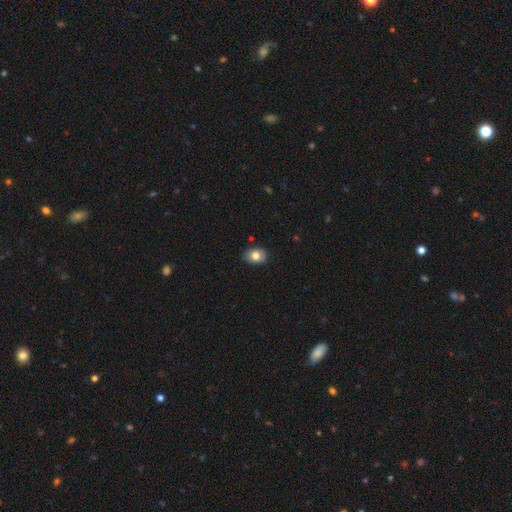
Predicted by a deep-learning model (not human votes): Smooth or featured: smooth — 79% (featured or disk — 13%)
How rounded: in between — 71% (round — 28%)
Merging: none — 87% (minor disturbance — 10%)